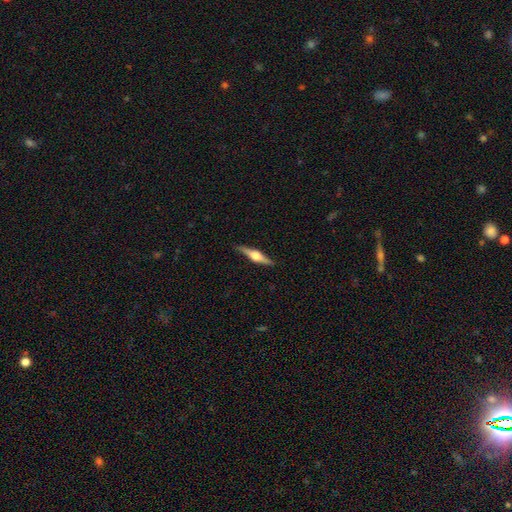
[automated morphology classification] This appears to be a featured or disk galaxy (73%) viewed edge-on (98%) with a rounded central bulge (93%). Merging: none (90%).